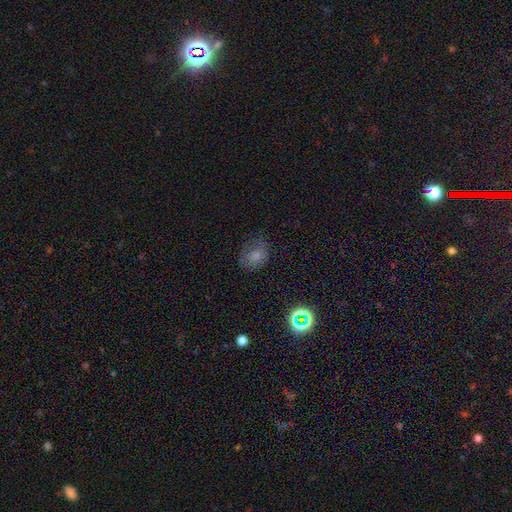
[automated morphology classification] Smooth or featured: smooth — 68% (star or artifact — 16%)
How rounded: in between — 55% (round — 44%)
Merging: none — 58% (minor disturbance — 26%)